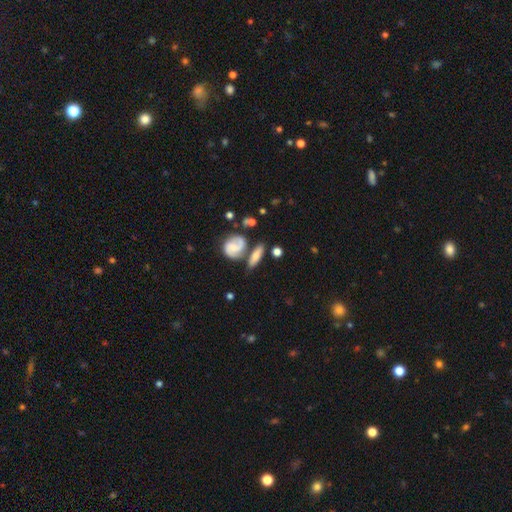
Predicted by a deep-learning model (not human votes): Q: Smooth or featured?
A: smooth (55%); runner-up: featured or disk (37%)
Q: How rounded?
A: in between (45%); runner-up: cigar-shaped (40%)
Q: Merging?
A: none (60%); runner-up: merger (19%)